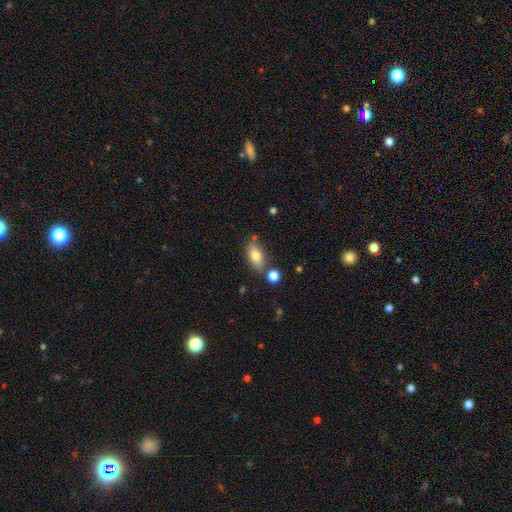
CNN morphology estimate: This is likely a smooth galaxy (76%). How rounded: clearly in between (85%). Merging: likely none (73%).